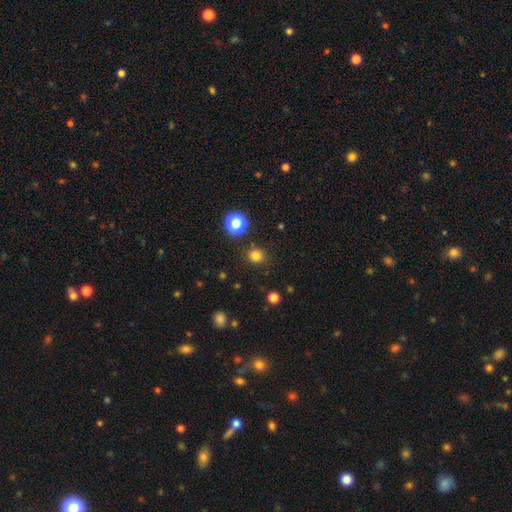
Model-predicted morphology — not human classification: This appears to be a smooth galaxy with no disk features (80%) that is round (84%). Merging: none (87%).